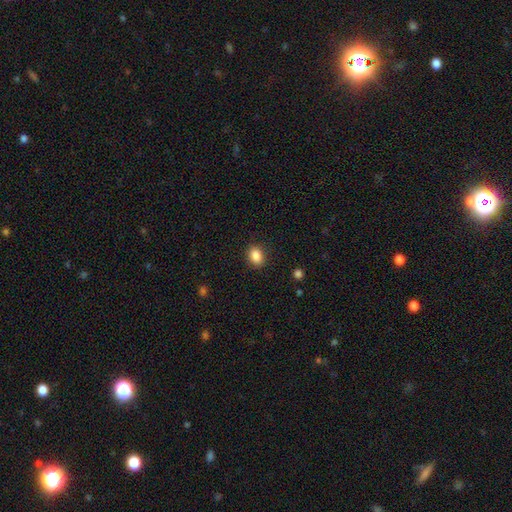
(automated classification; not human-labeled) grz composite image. It shows a smooth galaxy with no disk features (87%) that is in between round and cigar-shaped (68%). Merging: none (88%).